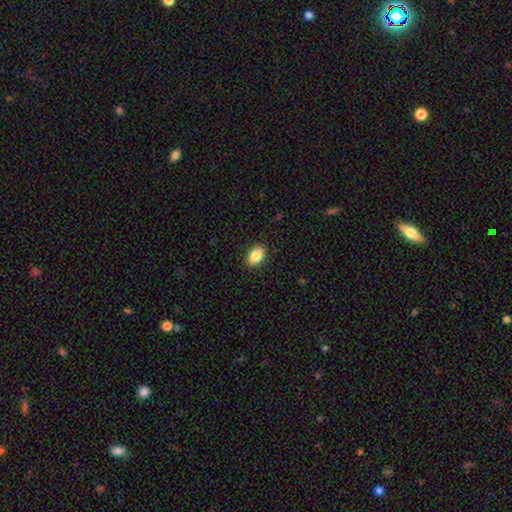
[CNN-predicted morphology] This appears to be a smooth galaxy with no disk features (86%) that is in between round and cigar-shaped (85%). Merging: none (89%).